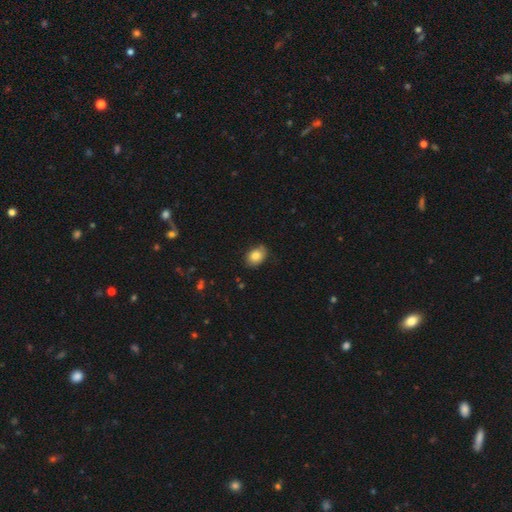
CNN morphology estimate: This is clearly a smooth galaxy (82%). How rounded: likely in between (67%). Merging: likely none (77%).